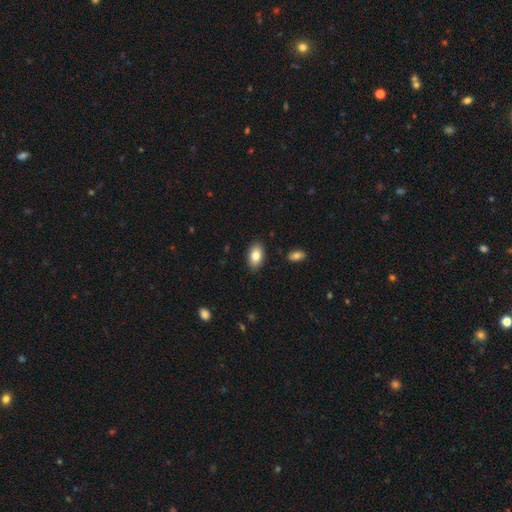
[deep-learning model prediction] smooth 82%, featured or disk 10%, star or artifact 7%. Down the decision tree: how rounded — in between (92%); merging — none (87%).